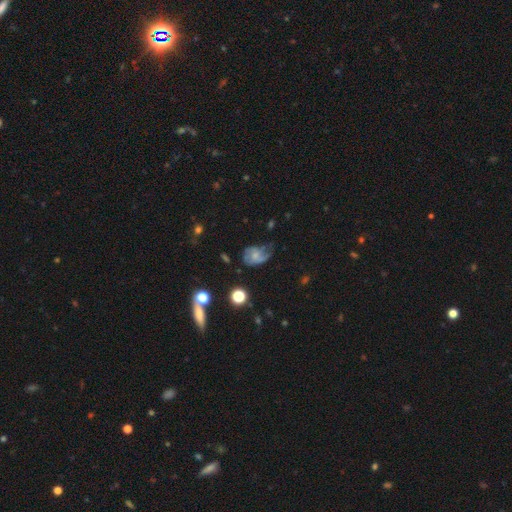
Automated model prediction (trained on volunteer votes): smooth_or_featured: featured or disk (p=0.56) [alt: smooth p=0.33]
disk_edge_on: no (p=0.97) [alt: yes p=0.03]
bar: no (p=0.70) [alt: weak p=0.26]
has_spiral_arms: yes (p=0.80) [alt: no p=0.20]
bulge_size: small (p=0.50) [alt: moderate p=0.28]
merging: none (p=0.39) [alt: minor disturbance p=0.32]